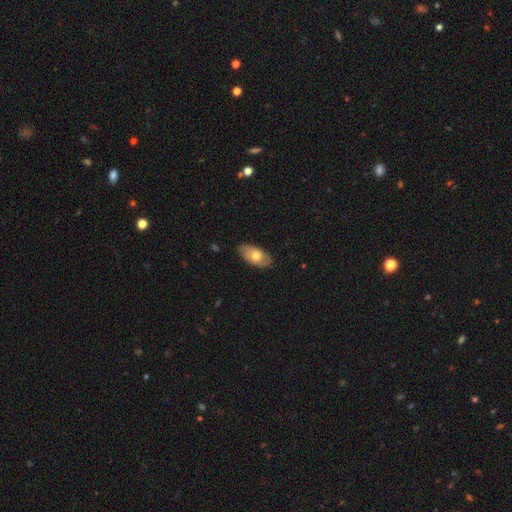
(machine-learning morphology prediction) smooth-or-featured: smooth: 62% | featured or disk: 32% | star or artifact: 6%
  how-rounded: in between: 93% | round: 4% | cigar-shaped: 4%
  merging: none: 80% | minor disturbance: 17% | major disturbance: 2% | merger: 1%